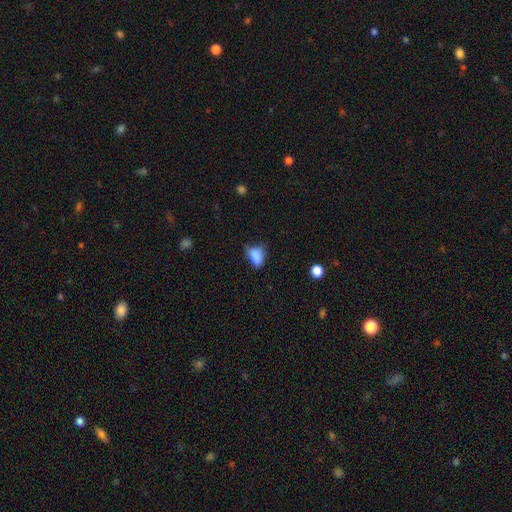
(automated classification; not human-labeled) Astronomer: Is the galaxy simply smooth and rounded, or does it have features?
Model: smooth — 81%.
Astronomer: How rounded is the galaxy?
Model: in between — 84%.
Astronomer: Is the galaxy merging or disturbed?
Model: none — 43% (runner-up: minor disturbance, 38%).